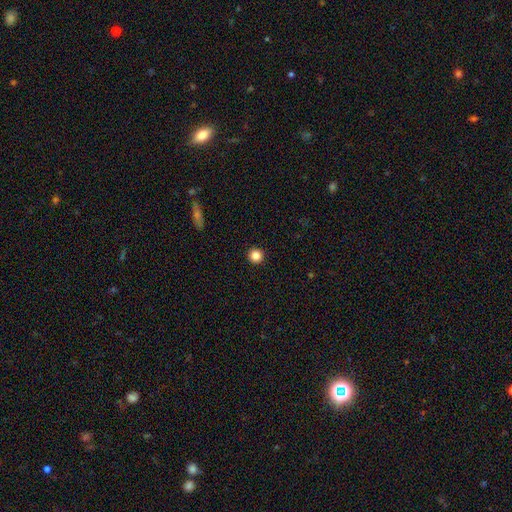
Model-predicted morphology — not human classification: This is clearly a smooth galaxy (85%). How rounded: clearly round (96%). Merging: clearly none (94%).